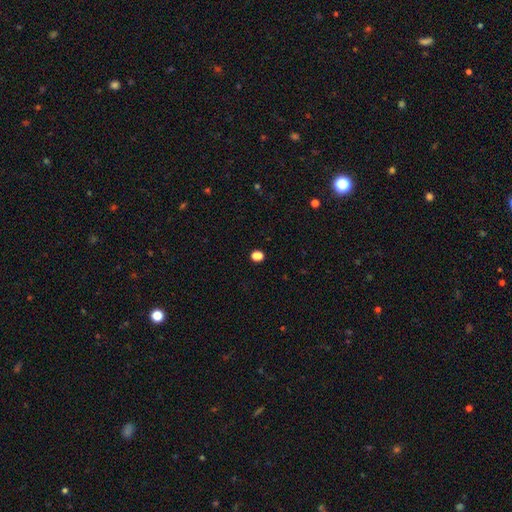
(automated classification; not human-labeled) Smooth or featured: smooth — 74% (star or artifact — 22%)
How rounded: round — 57% (in between — 41%)
Merging: none — 86% (minor disturbance — 8%)